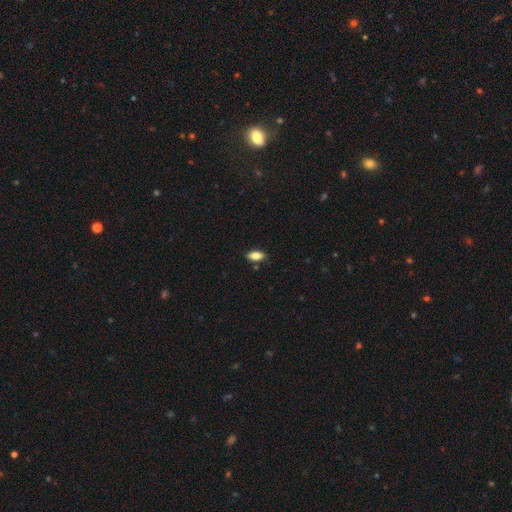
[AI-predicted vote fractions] Smooth or featured? Predicted: smooth (p=0.83). How rounded? Predicted: in between (p=0.88). Merging? Predicted: none (p=0.82).